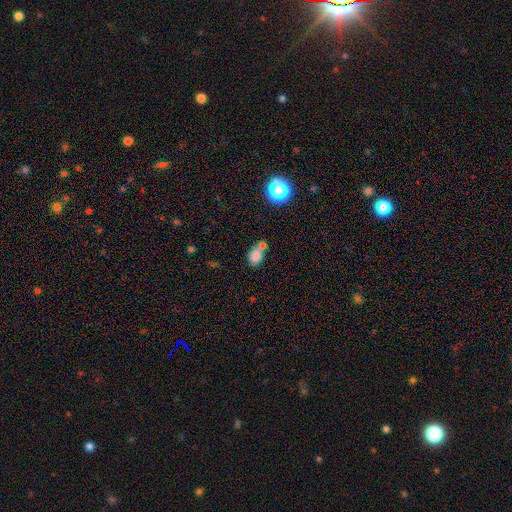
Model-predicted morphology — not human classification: This is likely a smooth galaxy (78%). How rounded: likely in between (69%). Merging: possibly merger (48%).